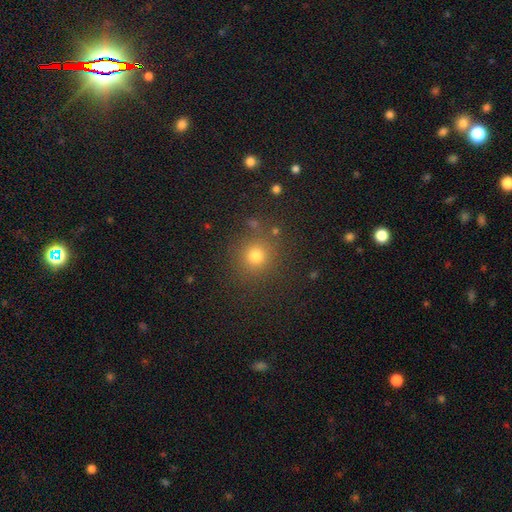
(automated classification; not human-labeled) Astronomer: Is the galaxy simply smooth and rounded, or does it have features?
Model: smooth — 75%.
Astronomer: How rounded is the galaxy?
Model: round — 92%.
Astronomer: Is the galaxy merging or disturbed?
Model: none — 85%.